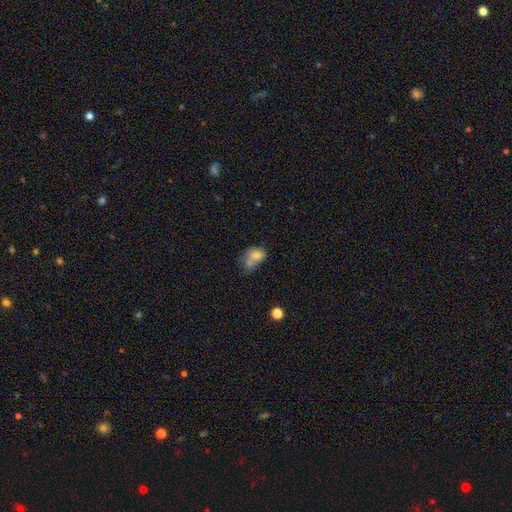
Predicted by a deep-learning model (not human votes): Overall: smooth (70%). How rounded: in between (64%; round 34%). Merging: merger (47%; none 23%).